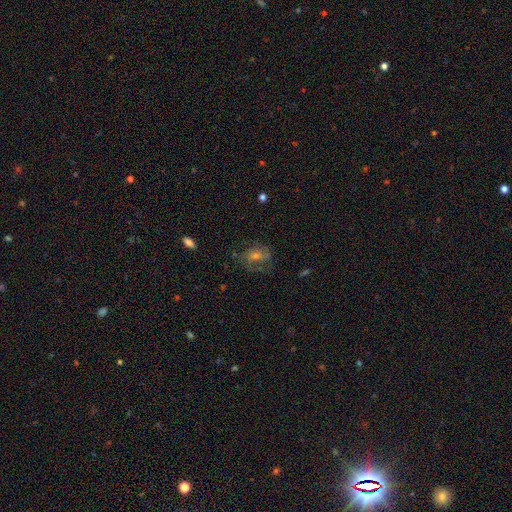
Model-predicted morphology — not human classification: A featured or disk galaxy (51%). Merging: none (63%).